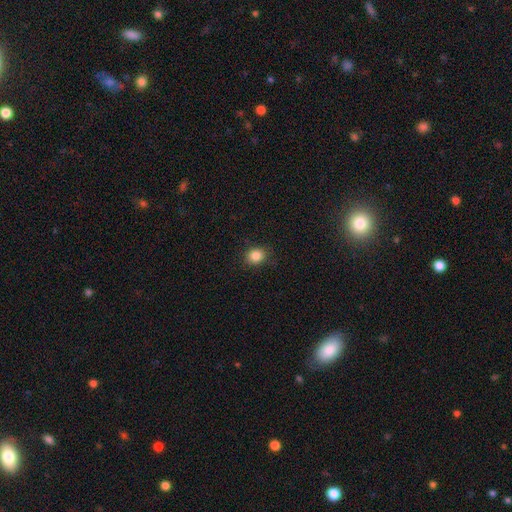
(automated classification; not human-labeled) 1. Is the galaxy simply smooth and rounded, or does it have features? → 86% smooth, 10% star or artifact, 4% featured or disk.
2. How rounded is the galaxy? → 67% round, 32% in between, 1% cigar-shaped.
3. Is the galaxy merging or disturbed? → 86% none, 10% minor disturbance, 3% major disturbance, 1% merger.